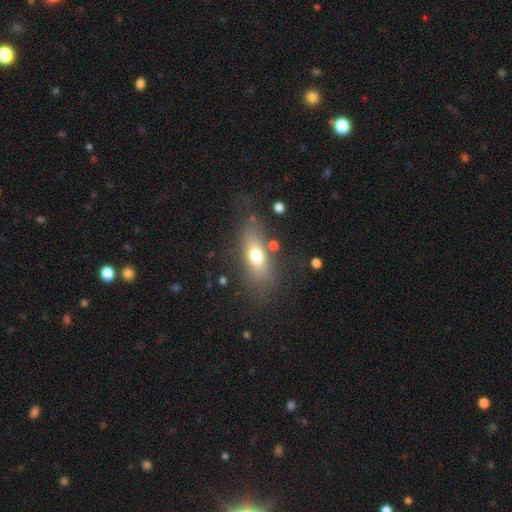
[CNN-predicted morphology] Smooth or featured? Predicted: smooth (p=0.66). How rounded? Predicted: in between (p=0.69). Merging? Predicted: none (p=0.71).